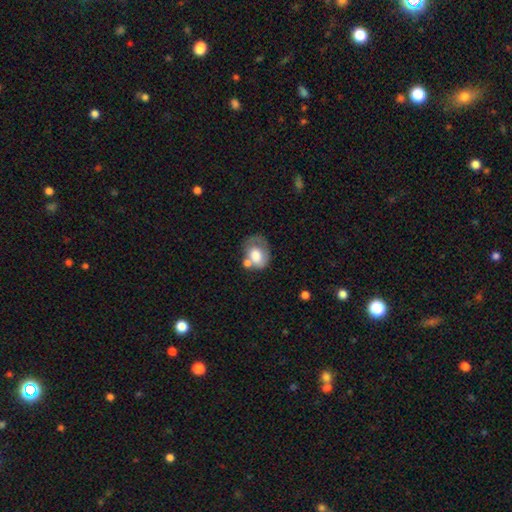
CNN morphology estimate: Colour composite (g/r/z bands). It shows a smooth galaxy with no disk features (64%) that is in between round and cigar-shaped (58%). Merging: none (32%).